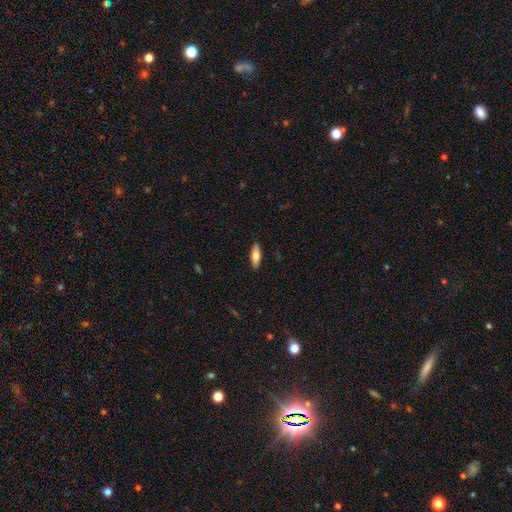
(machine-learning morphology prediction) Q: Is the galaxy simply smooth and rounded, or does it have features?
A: smooth — 74%.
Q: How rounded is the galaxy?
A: in between — 60%.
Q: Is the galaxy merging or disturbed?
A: none — 89%.